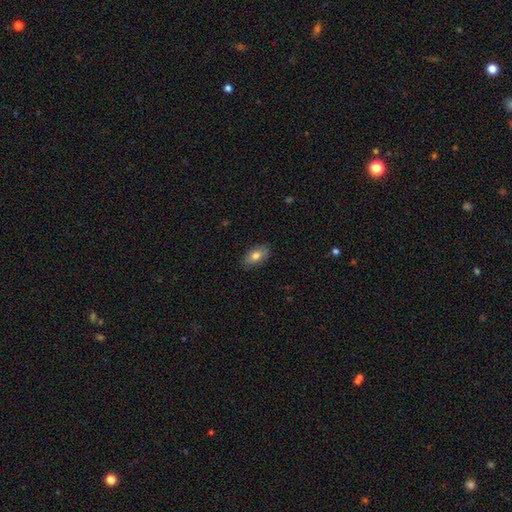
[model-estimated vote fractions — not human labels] Morphology: type=smooth (78%); roundness=in between (91%); merging=none (86%).